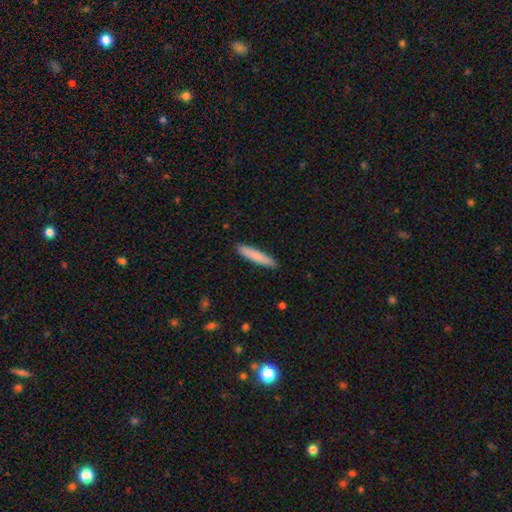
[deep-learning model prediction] Smooth or featured?
  - smooth: 81% *
  - featured or disk: 14%
  - star or artifact: 5%
How rounded?
  - cigar-shaped: 91% *
  - in between: 8%
  - round: 1%
Merging?
  - none: 90% *
  - minor disturbance: 8%
  - major disturbance: 1%
  - merger: 1%